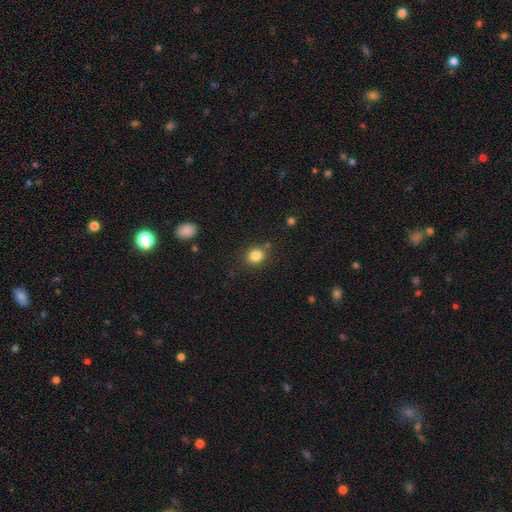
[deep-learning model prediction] smooth_or_featured: smooth (p=0.83) [alt: star or artifact p=0.11]
how_rounded: round (p=0.74) [alt: in between p=0.25]
merging: none (p=0.80) [alt: minor disturbance p=0.11]